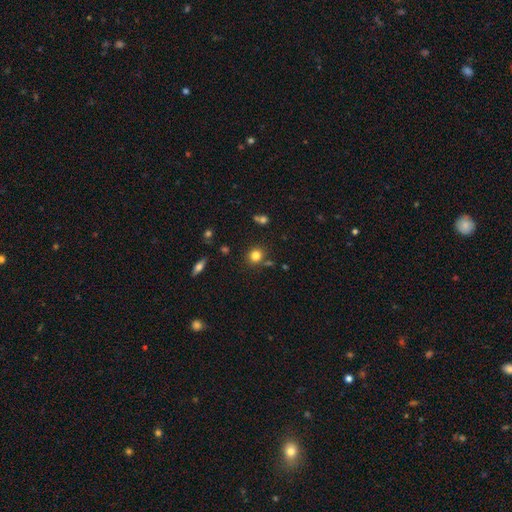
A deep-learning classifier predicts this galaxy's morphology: A smooth galaxy with no disk features (80%) that is round (86%).

Vote fractions:
- Smooth or featured? smooth: 80% / star or artifact: 13% / featured or disk: 7%
- How rounded? round: 86% / in between: 13% / cigar-shaped: 1%
- Merging? none: 81% / minor disturbance: 9% / merger: 7% / major disturbance: 3%